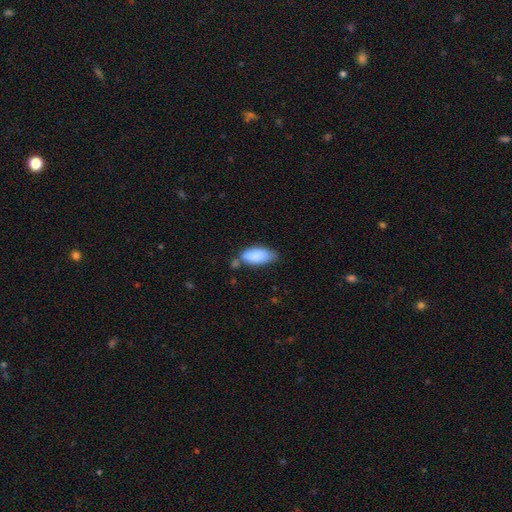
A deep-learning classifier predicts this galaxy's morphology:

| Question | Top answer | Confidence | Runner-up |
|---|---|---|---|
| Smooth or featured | smooth | 87% | featured or disk (7%) |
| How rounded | in between | 89% | cigar-shaped (9%) |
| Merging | none | 53% | minor disturbance (28%) |